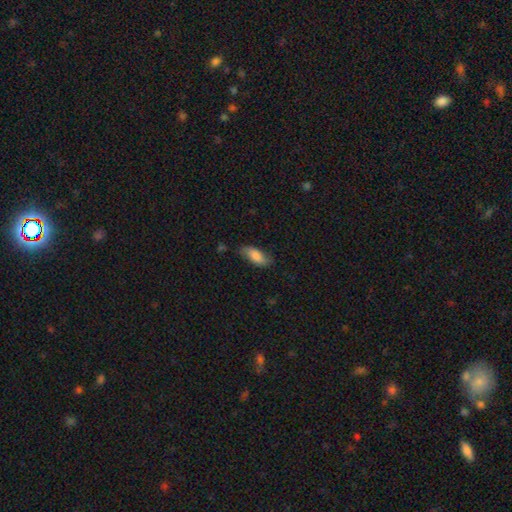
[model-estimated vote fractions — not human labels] smooth 77%, featured or disk 16%, star or artifact 7%. Down the decision tree: how rounded — in between (83%); merging — none (70%).